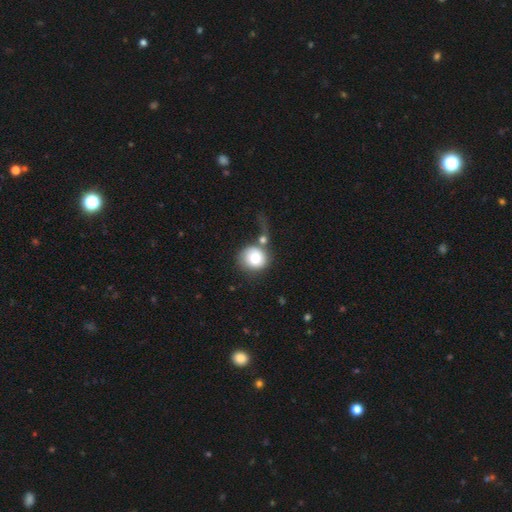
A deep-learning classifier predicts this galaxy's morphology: Smooth or featured: smooth — 72% (featured or disk — 20%)
How rounded: round — 85% (in between — 14%)
Merging: none — 38% (merger — 23%)